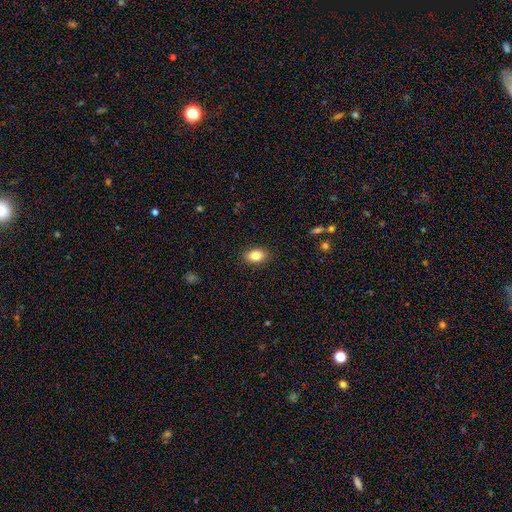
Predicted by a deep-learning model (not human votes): Smooth or featured? Predicted: smooth (p=0.84). How rounded? Predicted: in between (p=0.85). Merging? Predicted: none (p=0.88).